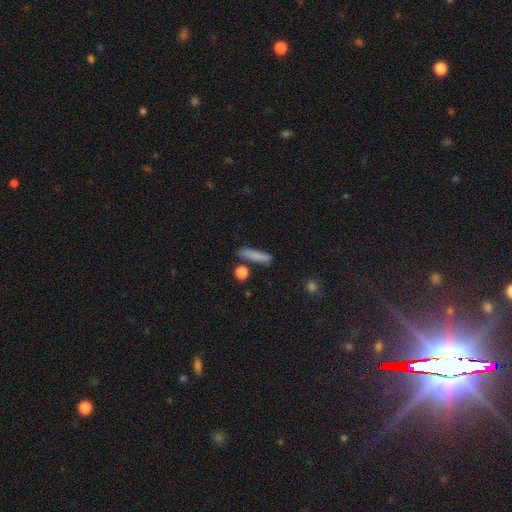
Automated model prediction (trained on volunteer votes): A smooth galaxy with no disk features (81%) that is cigar-shaped (81%).

Vote fractions:
- Smooth or featured? smooth: 81% / featured or disk: 11% / star or artifact: 8%
- How rounded? cigar-shaped: 81% / in between: 14% / round: 5%
- Merging? none: 77% / minor disturbance: 13% / merger: 6% / major disturbance: 4%